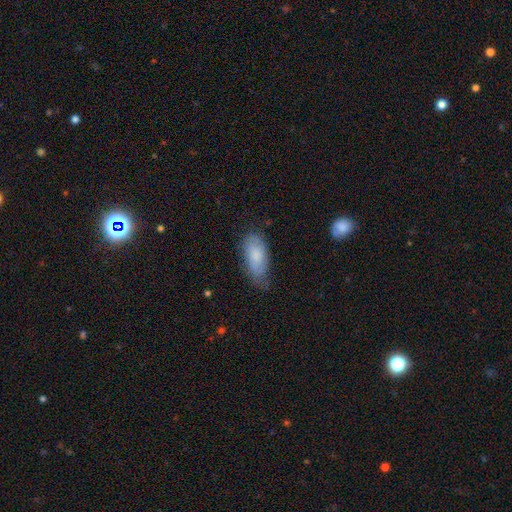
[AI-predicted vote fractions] Smooth or featured: smooth — 78% (featured or disk — 16%)
How rounded: in between — 85% (cigar-shaped — 13%)
Merging: none — 58% (minor disturbance — 33%)